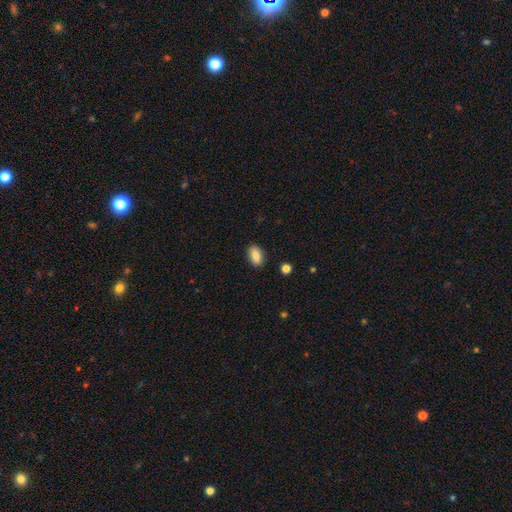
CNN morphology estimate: Smooth or featured? Predicted: smooth (p=0.86). How rounded? Predicted: in between (p=0.89). Merging? Predicted: none (p=0.87).